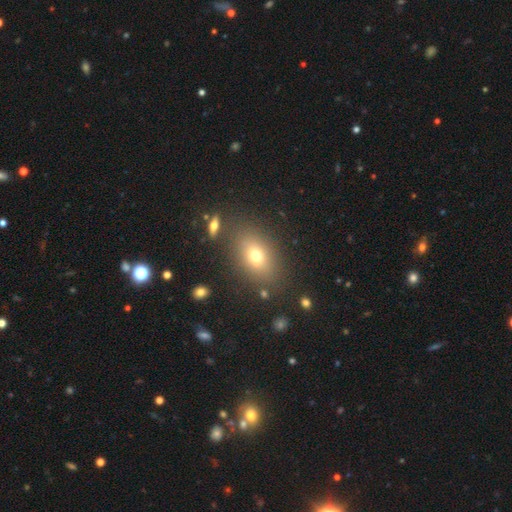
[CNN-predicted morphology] type=smooth (69%); roundness=in between (73%); merging=none (79%).